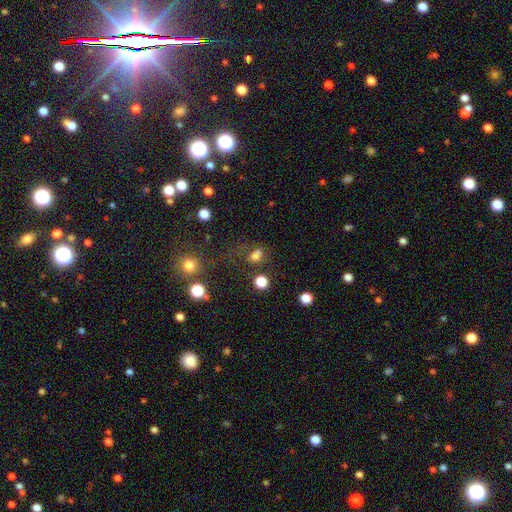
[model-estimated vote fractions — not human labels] The model was most divided on "how rounded": in between: 54%, round: 44%, cigar-shaped: 3%. More confident: smooth or featured — smooth (69%); merging — none (52%).